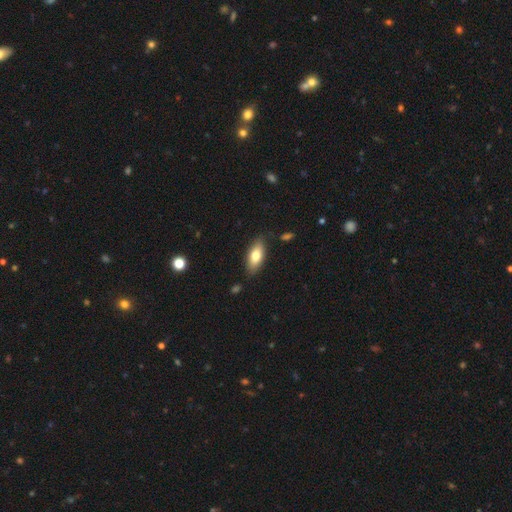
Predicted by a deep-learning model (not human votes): This appears to be a smooth galaxy with no disk features (75%) that is in between round and cigar-shaped (83%). Merging: none (83%).